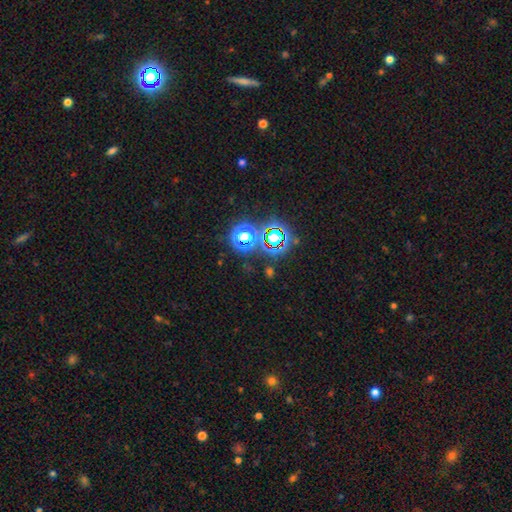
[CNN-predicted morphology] type=star or artifact (68%).